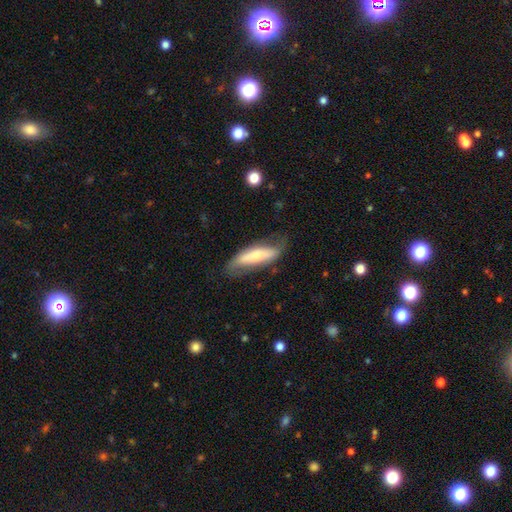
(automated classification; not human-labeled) The model was most divided on "smooth or featured": smooth: 49%, featured or disk: 46%, star or artifact: 6%. More confident: merging — none (60%).